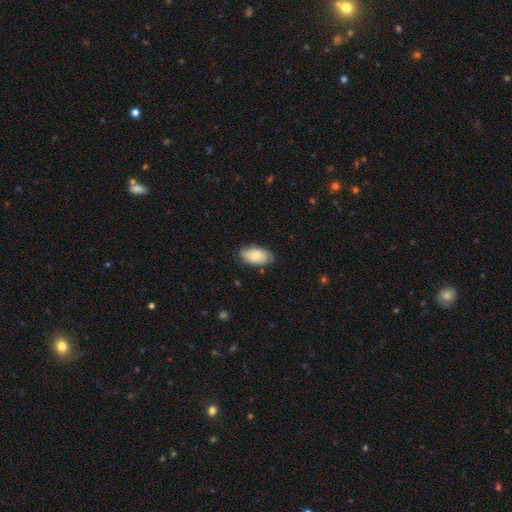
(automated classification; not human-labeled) Smooth or featured: smooth — 73% (featured or disk — 21%)
How rounded: in between — 94% (round — 4%)
Merging: none — 77% (minor disturbance — 19%)